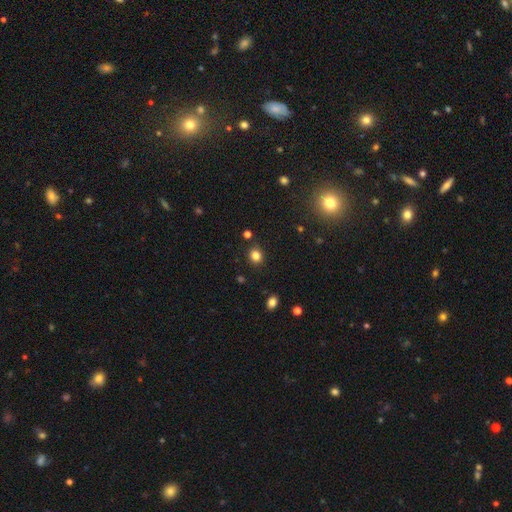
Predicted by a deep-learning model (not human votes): smooth_or_featured: smooth (p=0.82) [alt: star or artifact p=0.13]
how_rounded: round (p=0.77) [alt: in between p=0.22]
merging: none (p=0.88) [alt: minor disturbance p=0.07]